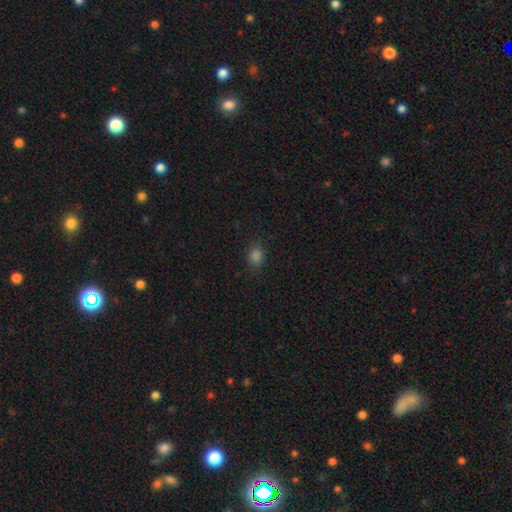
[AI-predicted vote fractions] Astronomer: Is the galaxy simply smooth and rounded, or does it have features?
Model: smooth — 81%.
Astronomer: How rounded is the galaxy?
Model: round — 61% (runner-up: in between, 38%).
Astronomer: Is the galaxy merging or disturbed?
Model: none — 86%.